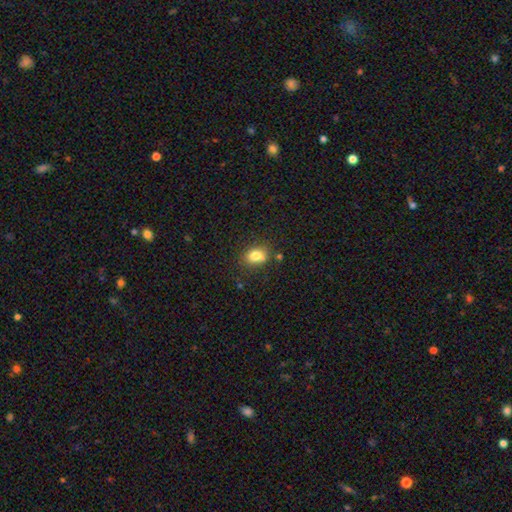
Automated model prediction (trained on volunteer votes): This is clearly a smooth galaxy (80%). How rounded: possibly in between (56%). Merging: likely none (69%).